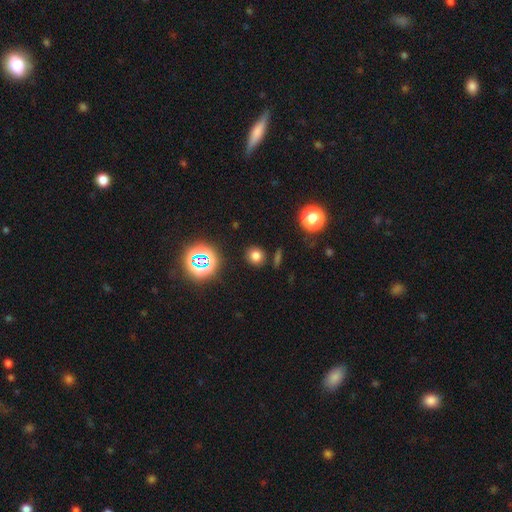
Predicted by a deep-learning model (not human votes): A smooth galaxy with no disk features (72%) that is round (83%).

Vote fractions:
- Smooth or featured? smooth: 72% / star or artifact: 22% / featured or disk: 7%
- How rounded? round: 83% / in between: 15% / cigar-shaped: 1%
- Merging? none: 86% / minor disturbance: 8% / merger: 4% / major disturbance: 3%